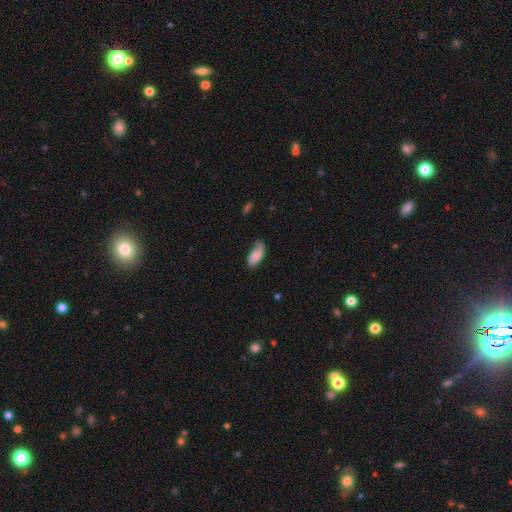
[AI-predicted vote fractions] Smooth or featured? Predicted: smooth (p=0.79). How rounded? Predicted: in between (p=0.88). Merging? Predicted: none (p=0.47).